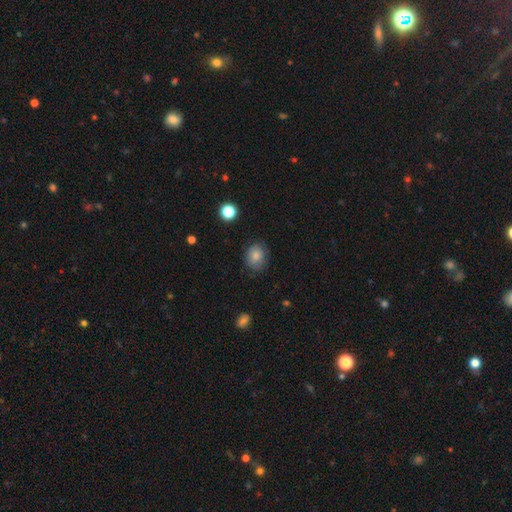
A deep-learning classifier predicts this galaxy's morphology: A smooth galaxy with no disk features (83%) that is round (59%). Merging: none (79%).